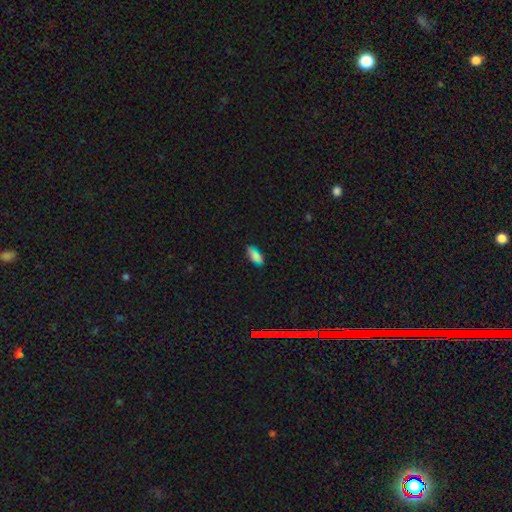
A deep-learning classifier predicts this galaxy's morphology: Q: Smooth or featured?
A: smooth (73%); runner-up: star or artifact (16%)
Q: How rounded?
A: in between (81%); runner-up: cigar-shaped (15%)
Q: Merging?
A: none (76%); runner-up: minor disturbance (18%)